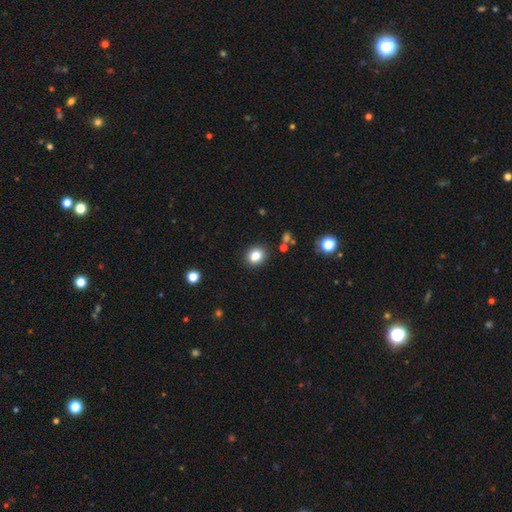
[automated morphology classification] Smooth or featured? smooth (84%)
How rounded? round (69%)
Merging? none (88%)